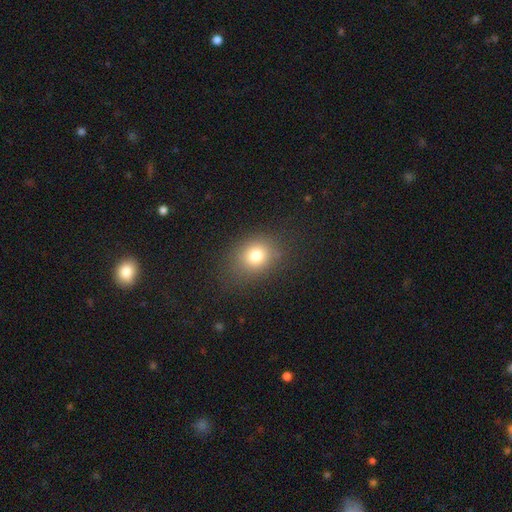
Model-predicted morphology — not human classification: smooth-or-featured: smooth: 77% | star or artifact: 14% | featured or disk: 9%
  how-rounded: round: 58% | in between: 41% | cigar-shaped: 1%
  merging: none: 79% | minor disturbance: 13% | major disturbance: 6% | merger: 1%